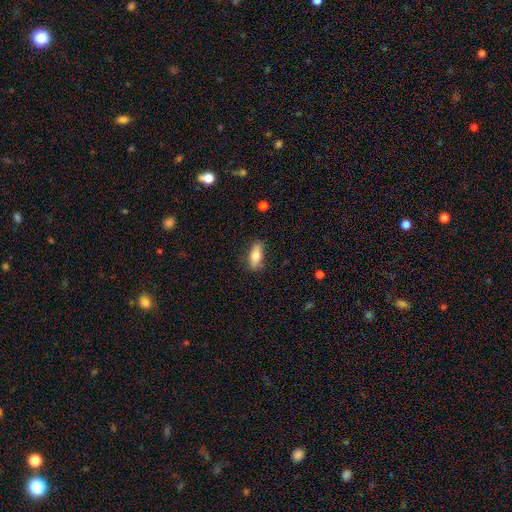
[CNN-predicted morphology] Smooth or featured? smooth (73%)
How rounded? in between (76%)
Merging? none (83%)